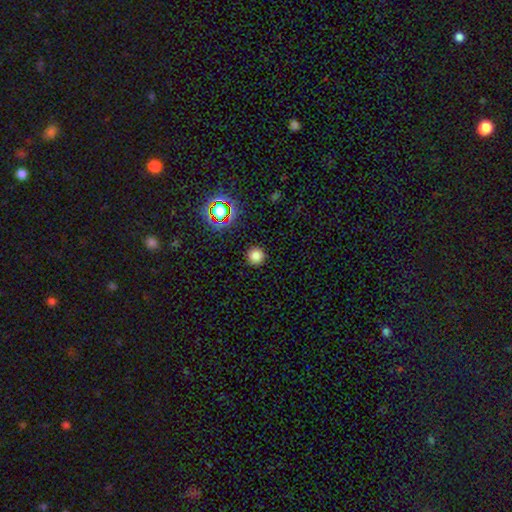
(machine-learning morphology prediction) A smooth galaxy with no disk features (78%) that is round (95%).

Vote fractions:
- Smooth or featured? smooth: 78% / star or artifact: 18% / featured or disk: 5%
- How rounded? round: 95% / in between: 4% / cigar-shaped: 1%
- Merging? none: 91% / minor disturbance: 6% / major disturbance: 2% / merger: 1%